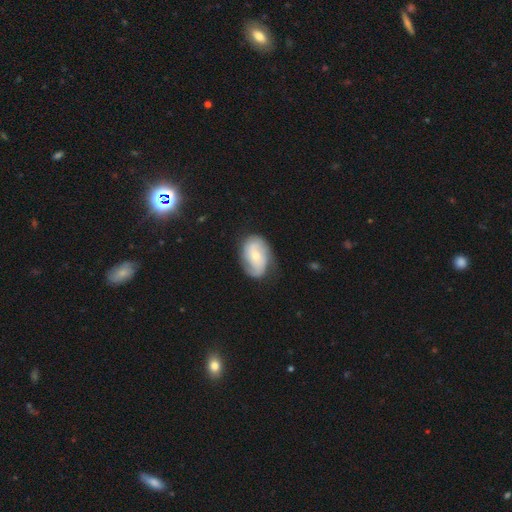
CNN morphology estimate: featured or disk 67%, smooth 27%, star or artifact 6%. Down the decision tree: edge-on disk — no (97%); bar — no (58%); spiral arms — yes (89%); spiral arm count — 2 (73%); spiral winding — medium (41%); bulge size — moderate (47%); merging — none (71%).